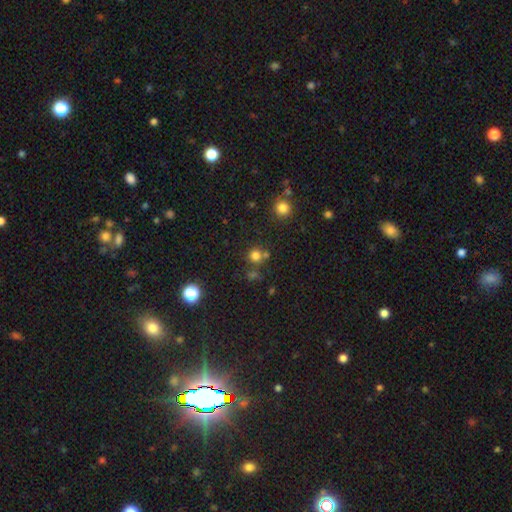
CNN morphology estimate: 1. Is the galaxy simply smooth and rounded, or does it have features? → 74% smooth, 19% star or artifact, 7% featured or disk.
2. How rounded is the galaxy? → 91% round, 8% in between, 1% cigar-shaped.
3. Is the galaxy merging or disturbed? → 70% none, 18% merger, 9% minor disturbance, 4% major disturbance.